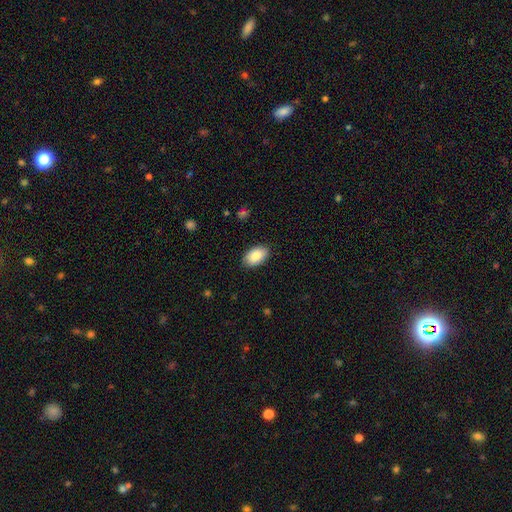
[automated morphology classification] This appears to be a smooth galaxy with no disk features (87%) that is in between round and cigar-shaped (94%). Merging: none (88%).